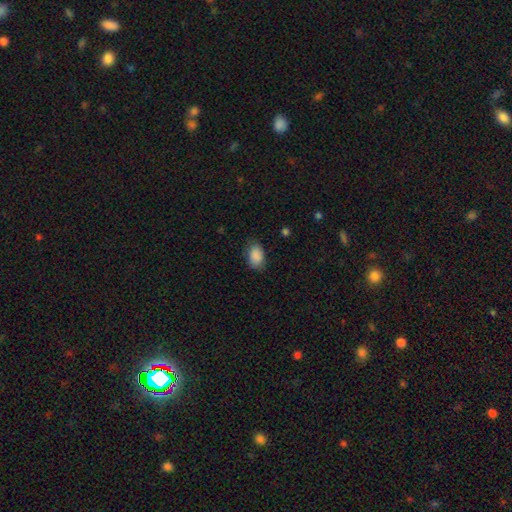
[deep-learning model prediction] smooth-or-featured: smooth: 89% | star or artifact: 8% | featured or disk: 4%
  how-rounded: in between: 86% | round: 13% | cigar-shaped: 1%
  merging: none: 77% | minor disturbance: 17% | major disturbance: 4% | merger: 1%